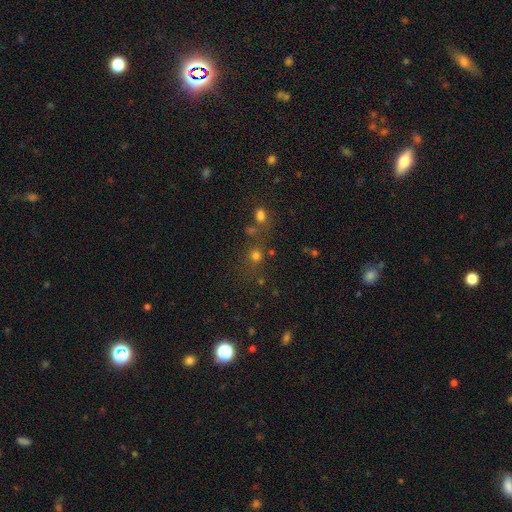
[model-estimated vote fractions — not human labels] Smooth or featured? smooth (68%)
How rounded? round (86%)
Merging? none (65%)